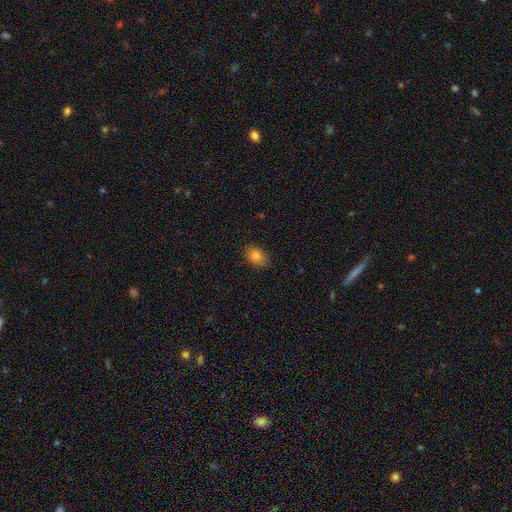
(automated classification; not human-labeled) smooth 82%, star or artifact 10%, featured or disk 8%. Down the decision tree: how rounded — in between (81%); merging — none (85%).